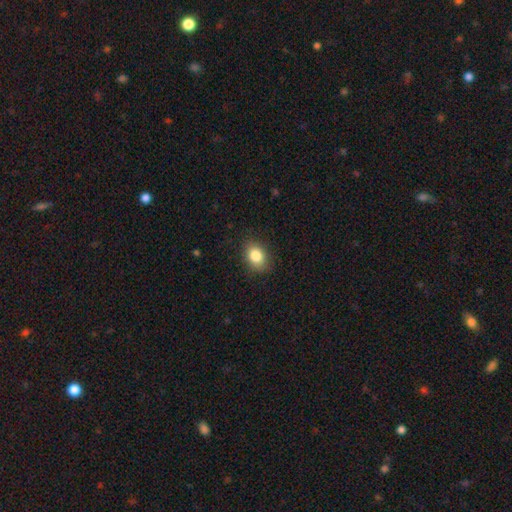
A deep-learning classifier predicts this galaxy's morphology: The model was most divided on "how rounded": in between: 69%, round: 29%, cigar-shaped: 1%. More confident: merging — none (85%); smooth or featured — smooth (85%).